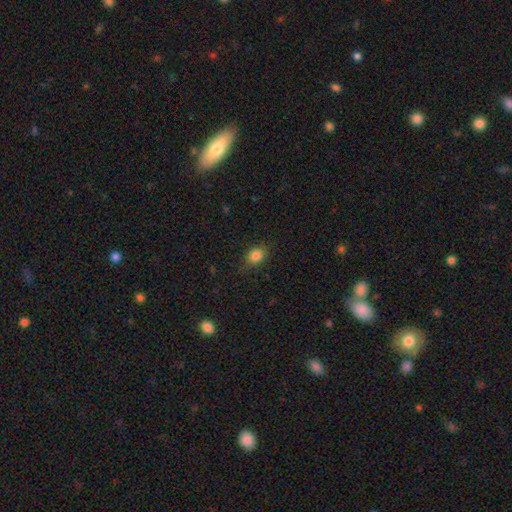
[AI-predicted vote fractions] Smooth or featured?
  - smooth: 85% *
  - star or artifact: 11%
  - featured or disk: 5%
How rounded?
  - in between: 66% *
  - round: 32%
  - cigar-shaped: 1%
Merging?
  - none: 83% *
  - minor disturbance: 13%
  - major disturbance: 3%
  - merger: 1%